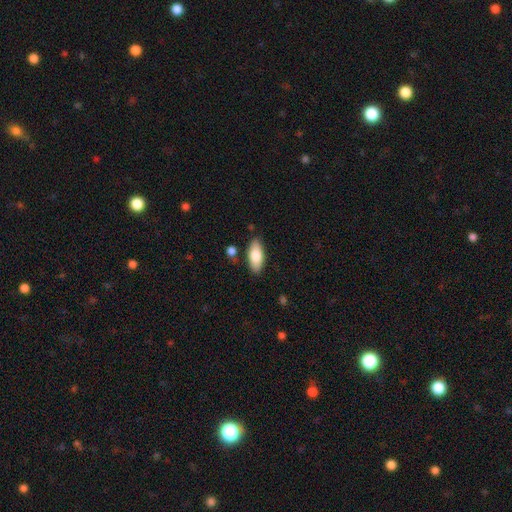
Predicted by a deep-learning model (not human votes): A smooth galaxy with no disk features (80%) that is in between round and cigar-shaped (85%). Merging: none (84%).